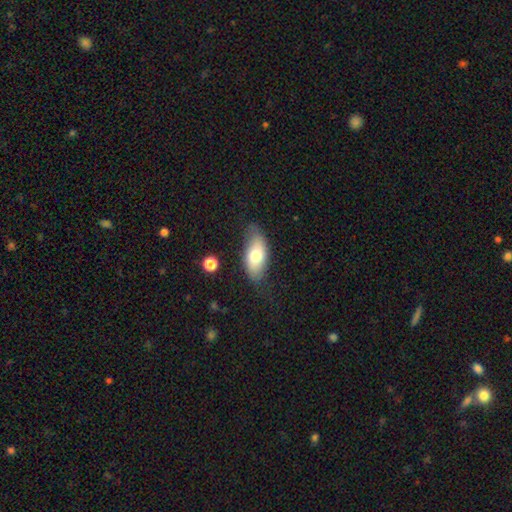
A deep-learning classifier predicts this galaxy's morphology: Smooth or featured? smooth (70%)
How rounded? in between (88%)
Merging? none (72%)